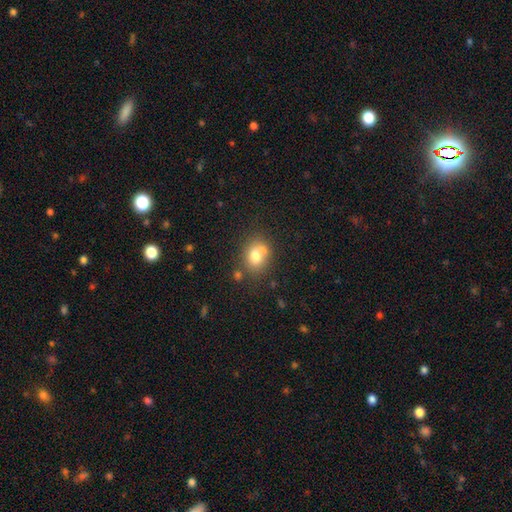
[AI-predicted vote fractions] Overall: smooth (74%). How rounded: round (54%; in between 45%). Merging: none (52%; merger 27%).